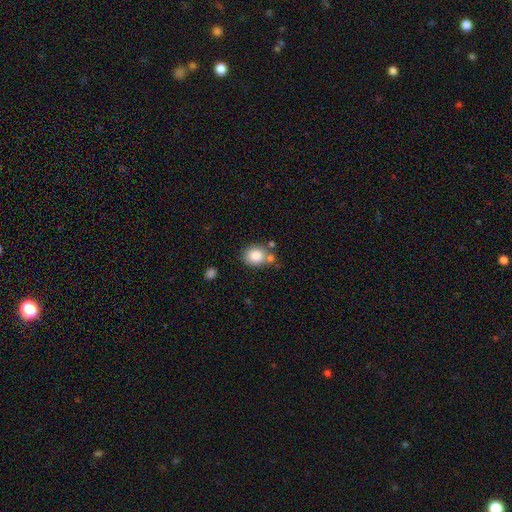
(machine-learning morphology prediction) smooth_or_featured: smooth (p=0.84) [alt: star or artifact p=0.09]
how_rounded: round (p=0.69) [alt: in between p=0.30]
merging: none (p=0.62) [alt: merger p=0.19]